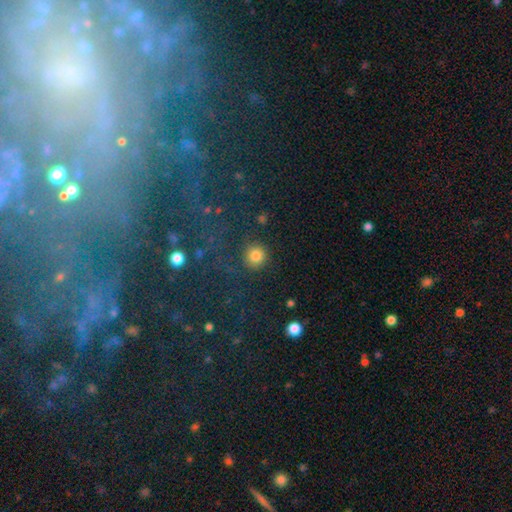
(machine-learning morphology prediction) type=smooth (82%); roundness=round (94%); merging=none (87%).